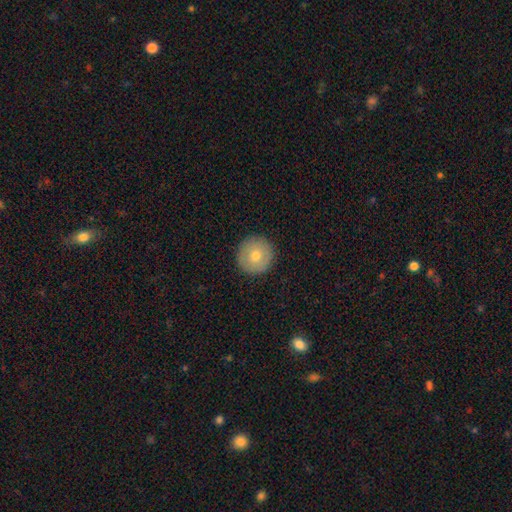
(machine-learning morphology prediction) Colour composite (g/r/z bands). It shows a smooth galaxy with no disk features (70%) that is round (96%). Merging: none (92%).